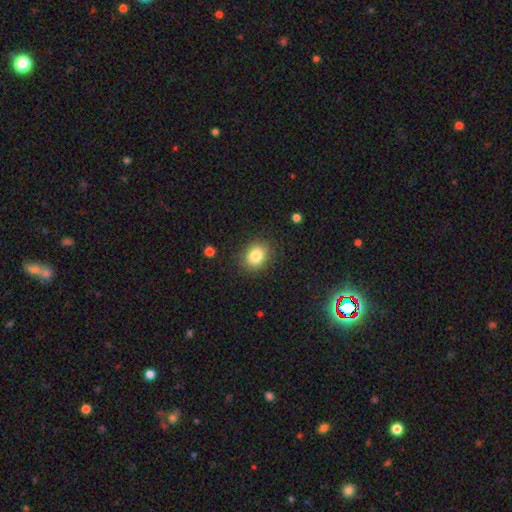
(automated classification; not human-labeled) Smooth or featured: smooth — 84% (star or artifact — 10%)
How rounded: round — 51% (in between — 48%)
Merging: none — 86% (minor disturbance — 10%)